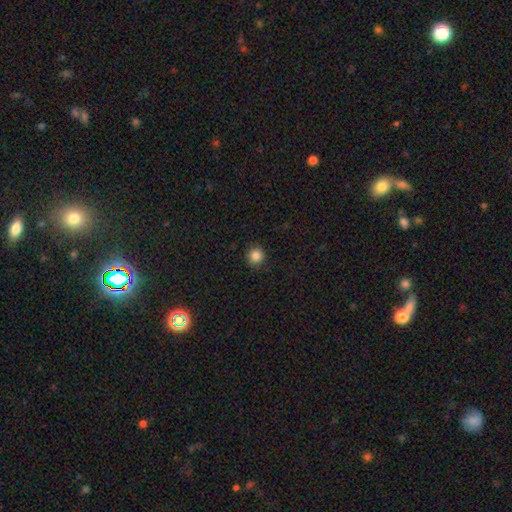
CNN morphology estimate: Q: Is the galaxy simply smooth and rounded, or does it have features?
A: smooth — 85%.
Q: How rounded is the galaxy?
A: round — 93%.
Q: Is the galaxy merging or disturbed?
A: none — 90%.